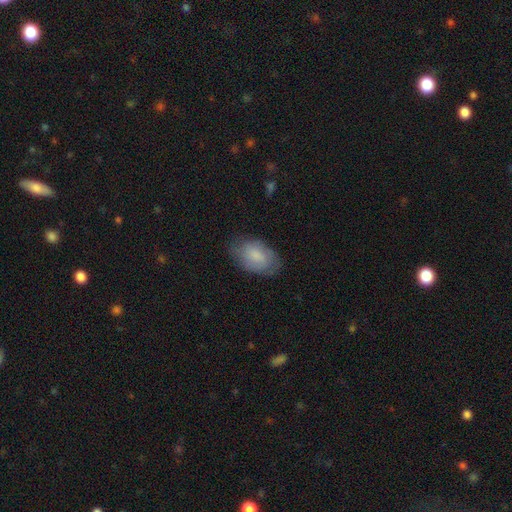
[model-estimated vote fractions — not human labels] Smooth or featured: smooth — 76% (featured or disk — 18%)
How rounded: in between — 92% (round — 7%)
Merging: none — 72% (minor disturbance — 21%)